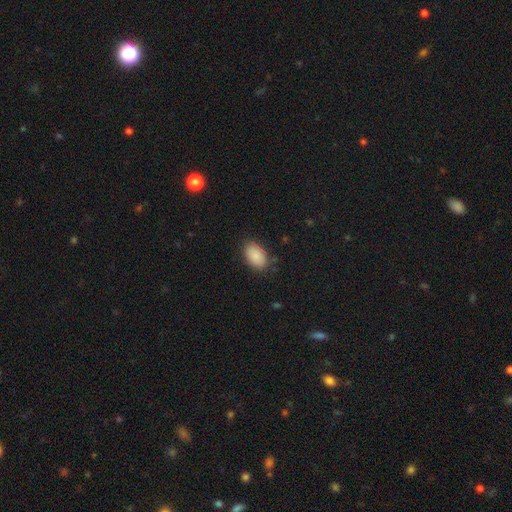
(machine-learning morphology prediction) A smooth galaxy with no disk features (88%) that is in between round and cigar-shaped (92%). Merging: none (83%).